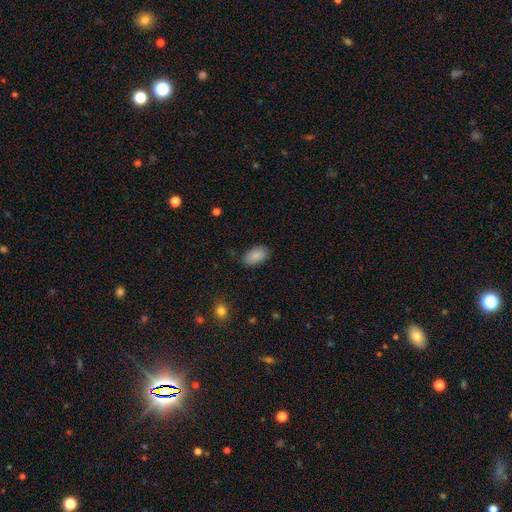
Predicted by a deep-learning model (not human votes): Smooth or featured? smooth (89%)
How rounded? in between (94%)
Merging? none (85%)